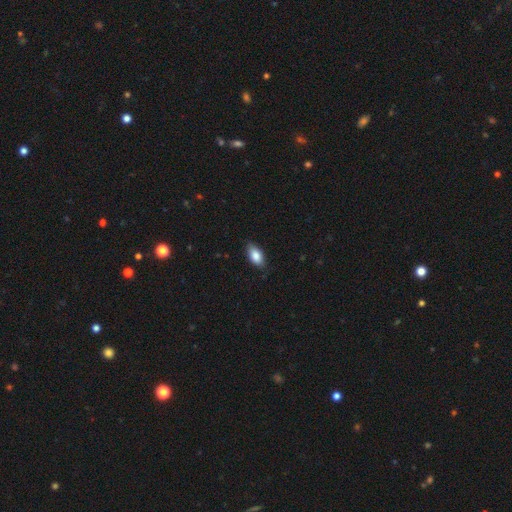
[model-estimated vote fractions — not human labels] smooth_or_featured: smooth (p=0.85) [alt: featured or disk p=0.09]
how_rounded: in between (p=0.91) [alt: cigar-shaped p=0.05]
merging: none (p=0.81) [alt: minor disturbance p=0.16]